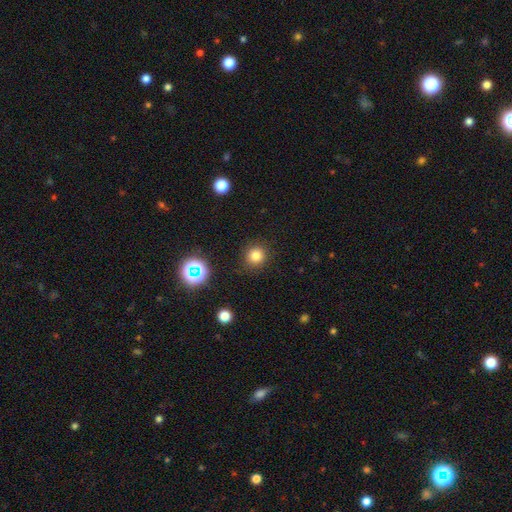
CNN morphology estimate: type=smooth (79%); roundness=round (92%); merging=none (88%).